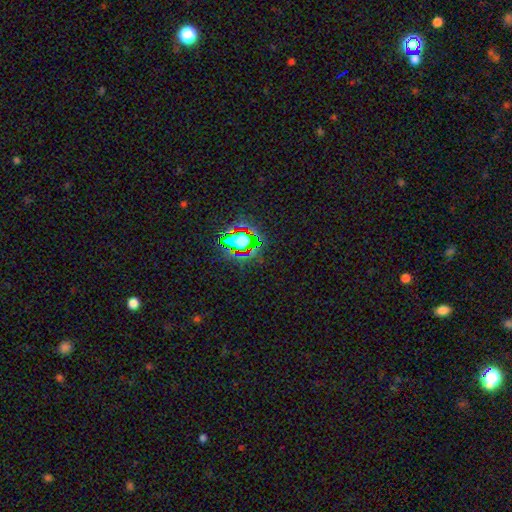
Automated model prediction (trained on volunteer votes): A star or artifact, not a galaxy (74%).